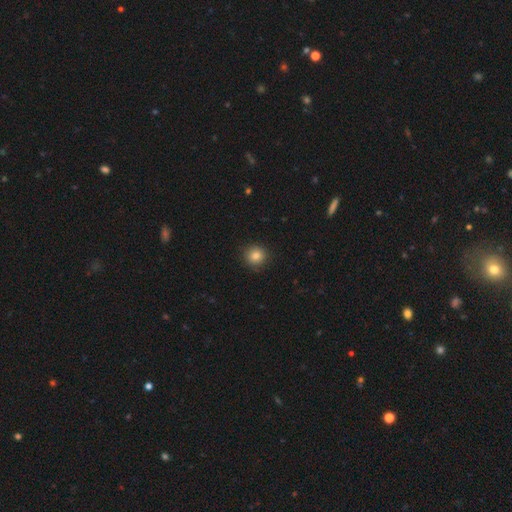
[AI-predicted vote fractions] Overall: smooth (82%). How rounded: round (92%). Merging: none (90%).